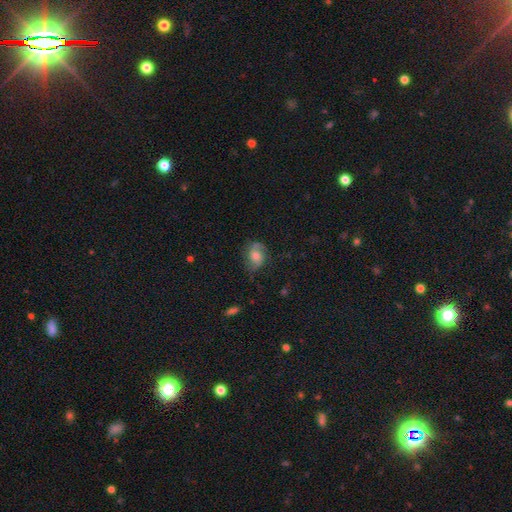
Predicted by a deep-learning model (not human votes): Smooth or featured?
  - featured or disk: 60% *
  - smooth: 30%
  - star or artifact: 10%
Edge-on disk?
  - no: 97% *
  - yes: 3%
Bar?
  - no: 64% *
  - weak: 31%
  - strong: 5%
Spiral arms?
  - yes: 90% *
  - no: 10%
Spiral winding?
  - medium: 46% *
  - loose: 32%
  - tight: 22%
Spiral arm count?
  - 2: 80% *
  - can't tell: 9%
  - 1: 7%
  - 3: 2%
  - 4: 1%
  - more than 4: 1%
Bulge size?
  - moderate: 45% *
  - large: 25%
  - small: 18%
  - none: 8%
  - dominant: 3%
Merging?
  - none: 67% *
  - minor disturbance: 21%
  - major disturbance: 10%
  - merger: 2%